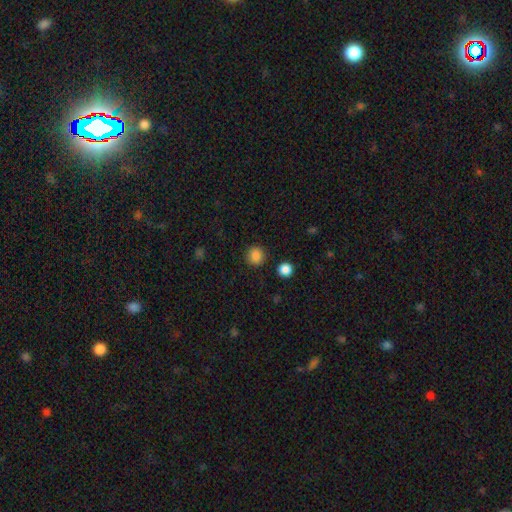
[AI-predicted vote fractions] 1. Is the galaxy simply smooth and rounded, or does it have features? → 86% smooth, 11% star or artifact, 3% featured or disk.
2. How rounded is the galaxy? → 90% round, 9% in between, 1% cigar-shaped.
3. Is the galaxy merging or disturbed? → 89% none, 7% minor disturbance, 3% major disturbance, 2% merger.